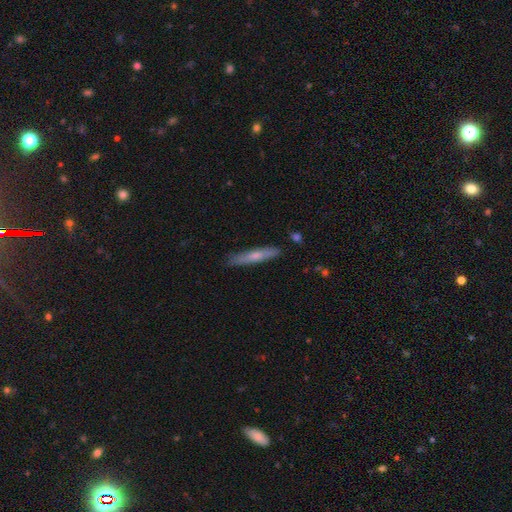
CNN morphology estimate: Smooth or featured?
  - smooth: 56% *
  - featured or disk: 38%
  - star or artifact: 6%
How rounded?
  - cigar-shaped: 92% *
  - in between: 6%
  - round: 1%
Merging?
  - none: 86% *
  - minor disturbance: 11%
  - major disturbance: 2%
  - merger: 2%